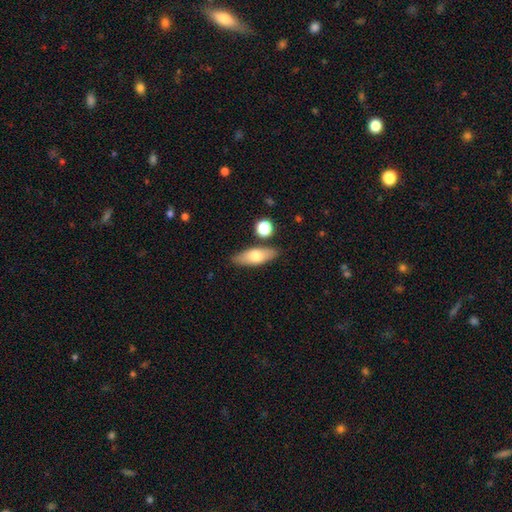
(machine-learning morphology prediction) The model was most divided on "how rounded": in between: 65%, cigar-shaped: 31%, round: 4%. More confident: merging — none (81%); smooth or featured — smooth (65%).